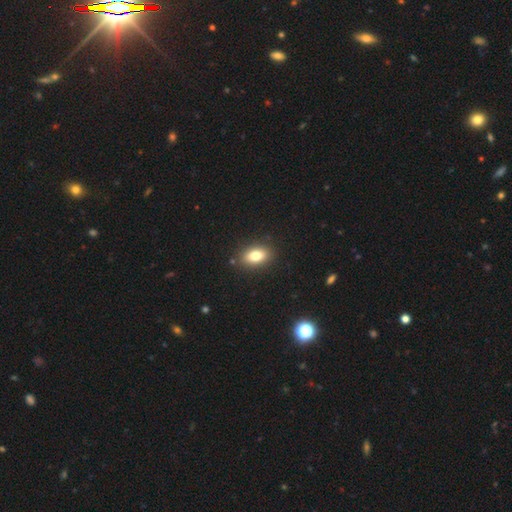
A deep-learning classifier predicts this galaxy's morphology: smooth-or-featured: smooth: 78% | featured or disk: 12% | star or artifact: 10%
  how-rounded: in between: 85% | round: 12% | cigar-shaped: 3%
  merging: none: 87% | minor disturbance: 8% | major disturbance: 2% | merger: 2%